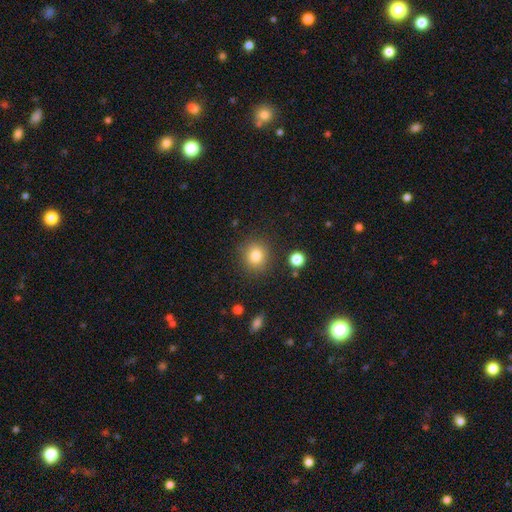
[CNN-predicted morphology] Smooth or featured?
  - smooth: 83% *
  - star or artifact: 11%
  - featured or disk: 6%
How rounded?
  - round: 83% *
  - in between: 16%
  - cigar-shaped: 1%
Merging?
  - none: 86% *
  - minor disturbance: 8%
  - major disturbance: 3%
  - merger: 2%